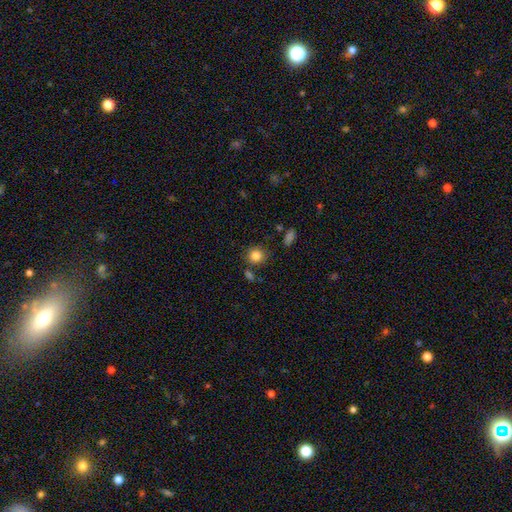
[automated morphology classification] The model was most divided on "merging": none: 78%, minor disturbance: 12%, merger: 7%, major disturbance: 4%. More confident: smooth or featured — smooth (85%); how rounded — round (83%).